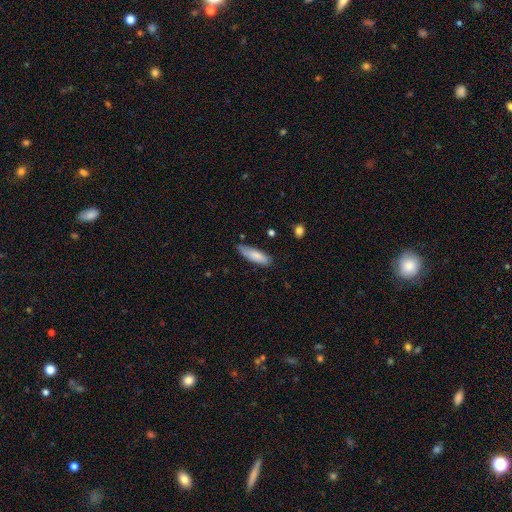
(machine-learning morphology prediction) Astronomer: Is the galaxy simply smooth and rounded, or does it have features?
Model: smooth — 81%.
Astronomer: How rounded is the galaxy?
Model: cigar-shaped — 53% (runner-up: in between, 46%).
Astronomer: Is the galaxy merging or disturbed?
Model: none — 65%.